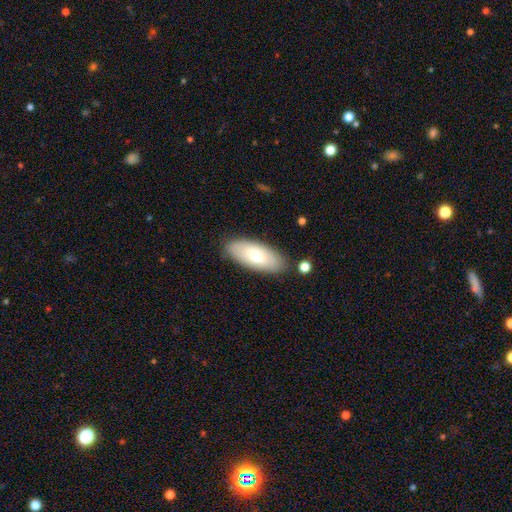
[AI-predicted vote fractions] Smooth or featured: smooth — 69% (featured or disk — 25%)
How rounded: in between — 86% (cigar-shaped — 12%)
Merging: none — 84% (minor disturbance — 11%)